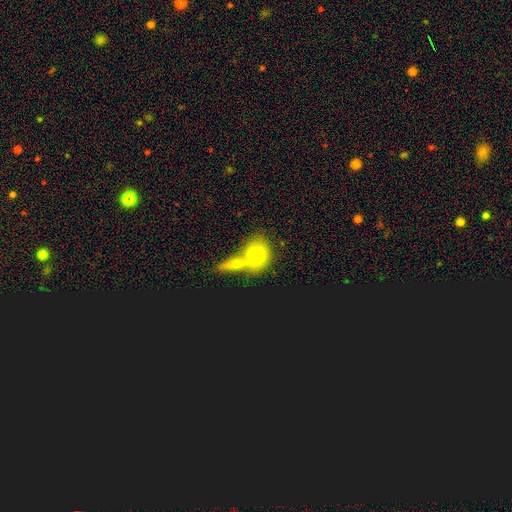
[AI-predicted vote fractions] Smooth or featured: smooth — 68% (featured or disk — 18%)
How rounded: round — 49% (in between — 45%)
Merging: merger — 45% (none — 42%)